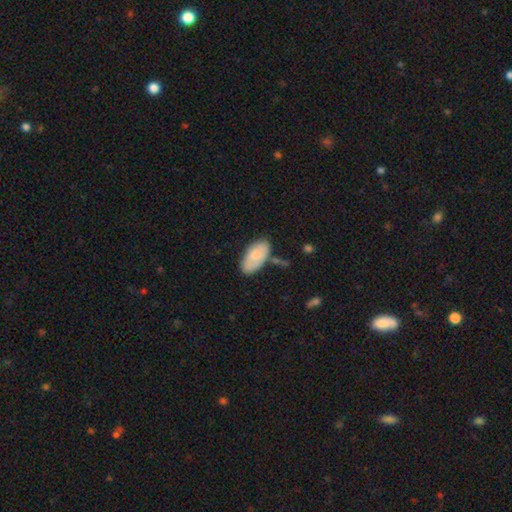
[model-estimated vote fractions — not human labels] Morphology: type=smooth (72%); roundness=in between (94%); merging=none (65%).